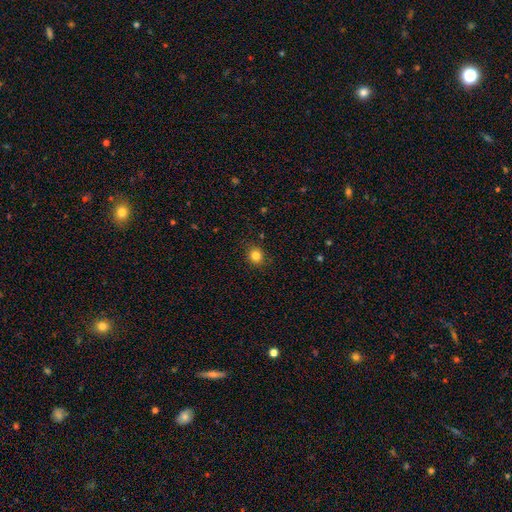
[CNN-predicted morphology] type=smooth (83%); roundness=round (87%); merging=none (87%).